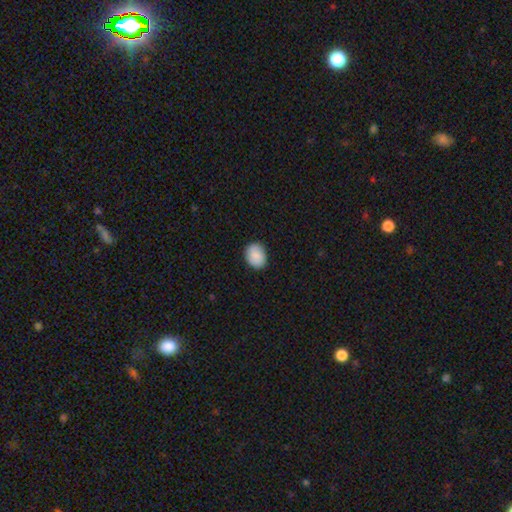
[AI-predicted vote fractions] Morphology: type=smooth (85%); roundness=in between (50%); merging=none (85%).